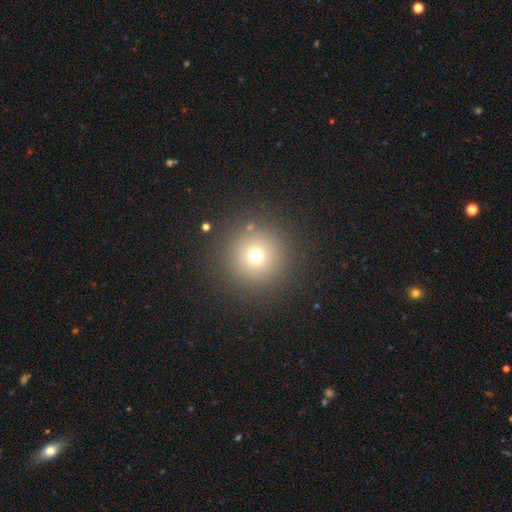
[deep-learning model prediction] This is likely a smooth galaxy (71%). How rounded: clearly round (96%). Merging: clearly none (88%).